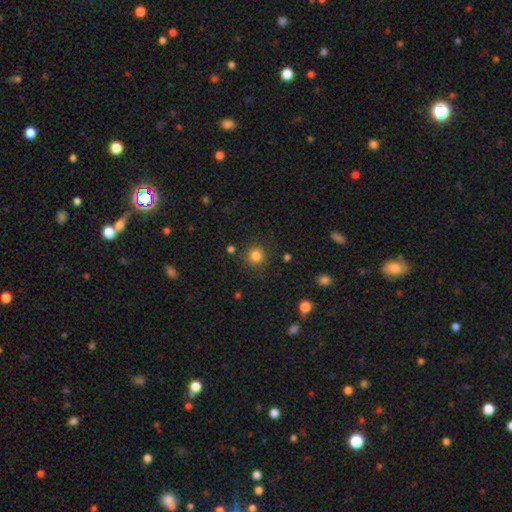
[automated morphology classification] Smooth or featured? smooth (82%)
How rounded? round (93%)
Merging? none (87%)